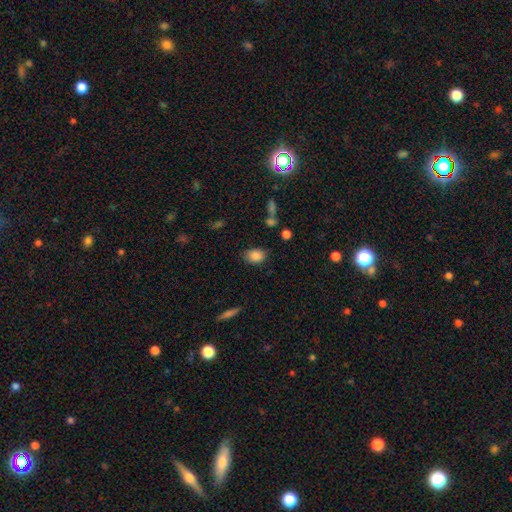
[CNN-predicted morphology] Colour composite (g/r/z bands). It shows a smooth galaxy with no disk features (85%) that is in between round and cigar-shaped (77%). Merging: none (79%).